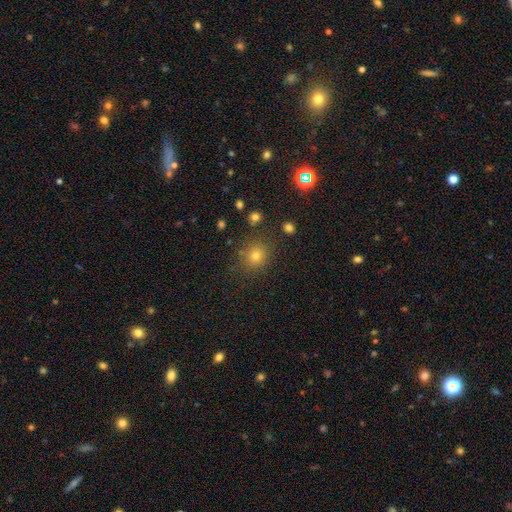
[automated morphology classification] smooth-or-featured: smooth: 71% | star or artifact: 22% | featured or disk: 8%
  how-rounded: round: 87% | in between: 12% | cigar-shaped: 1%
  merging: none: 85% | minor disturbance: 9% | major disturbance: 3% | merger: 3%